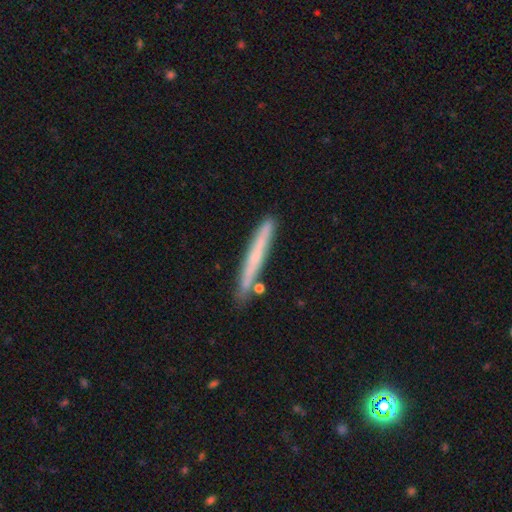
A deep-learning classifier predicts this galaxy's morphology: The model was most divided on "smooth or featured": smooth: 48%, featured or disk: 45%, star or artifact: 7%. More confident: merging — none (84%).